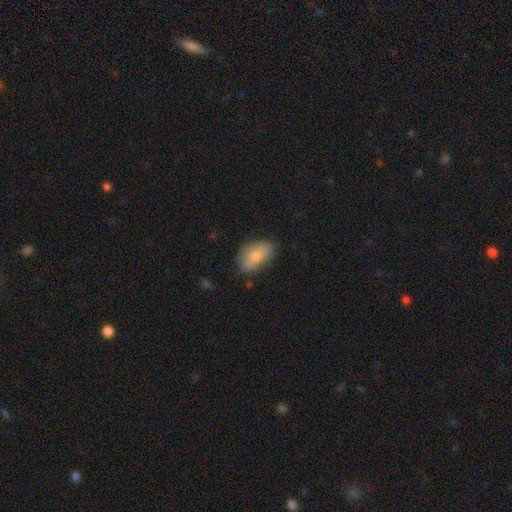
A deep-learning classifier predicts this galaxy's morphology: Overall: smooth (78%). How rounded: in between (92%). Merging: none (73%).